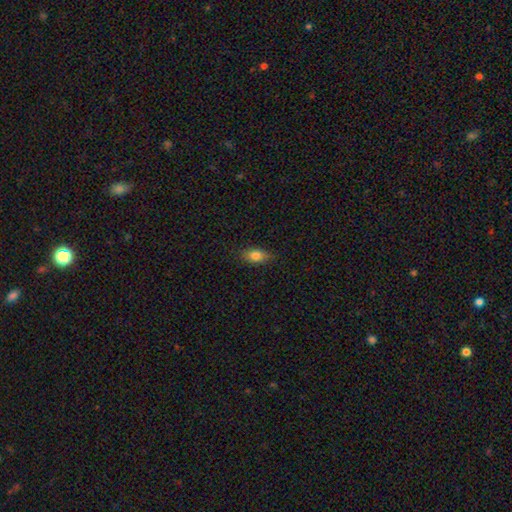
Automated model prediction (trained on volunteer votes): The model was most divided on "merging": none: 83%, minor disturbance: 14%, major disturbance: 3%, merger: 1%. More confident: how rounded — in between (85%); smooth or featured — smooth (82%).